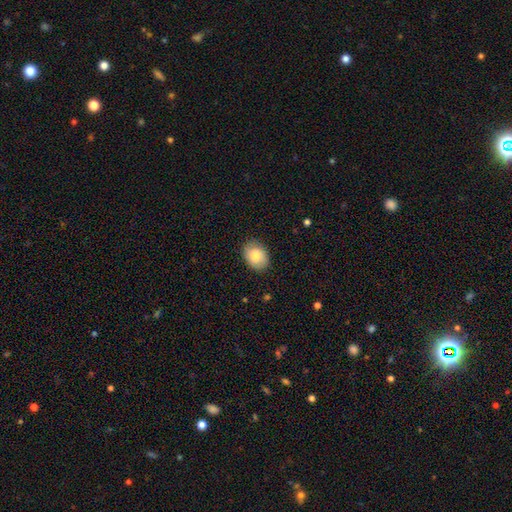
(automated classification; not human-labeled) Smooth or featured? smooth (82%)
How rounded? in between (63%)
Merging? none (82%)